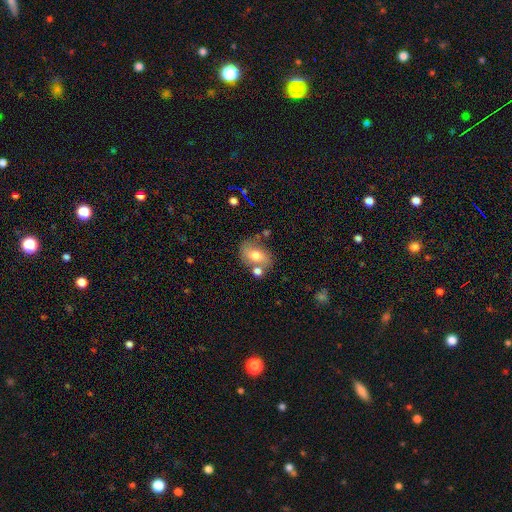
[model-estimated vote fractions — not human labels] This appears to be a smooth galaxy with no disk features (56%) that is in between round and cigar-shaped (65%). Merging: none (61%).